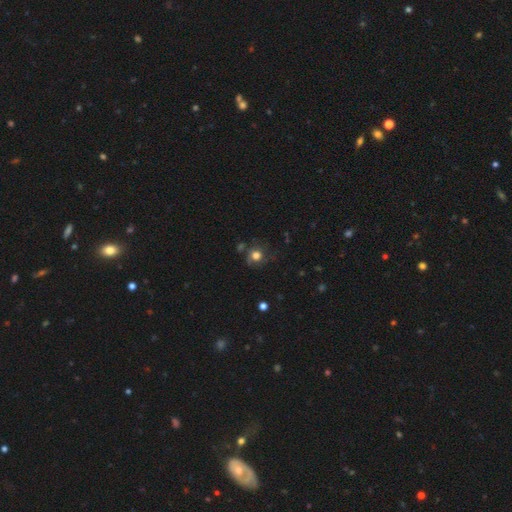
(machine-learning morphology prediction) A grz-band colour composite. It shows a smooth galaxy with no disk features (62%) that is round (84%). Merging: none (62%).